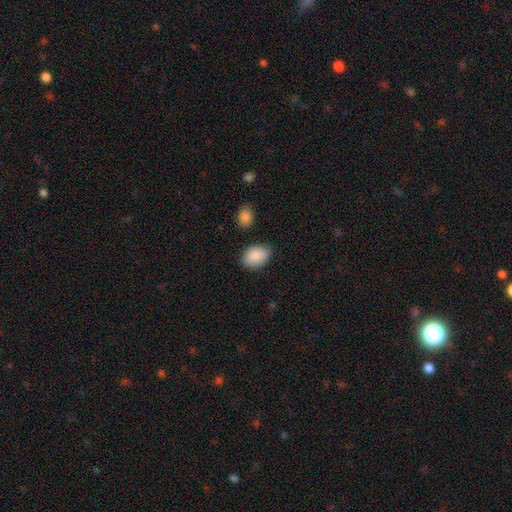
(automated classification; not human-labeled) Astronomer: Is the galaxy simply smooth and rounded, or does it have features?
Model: smooth — 89%.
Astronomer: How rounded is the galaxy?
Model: in between — 82%.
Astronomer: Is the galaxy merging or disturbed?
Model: none — 82%.